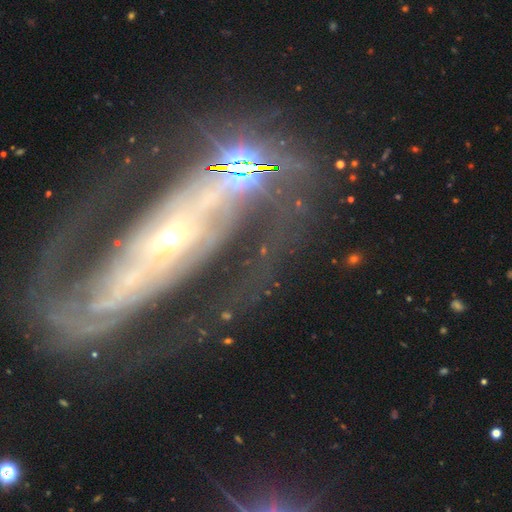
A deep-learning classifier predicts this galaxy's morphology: smooth-or-featured: featured or disk: 71% | star or artifact: 15% | smooth: 14%
  disk-edge-on: no: 79% | yes: 21%
    bar: no: 46% | strong: 30% | weak: 24%
    has-spiral-arms: yes: 70% | no: 30%
    bulge-size: small: 57% | moderate: 35% | large: 4% | none: 2% | dominant: 2%
  merging: none: 53% | major disturbance: 24% | minor disturbance: 17% | merger: 6%